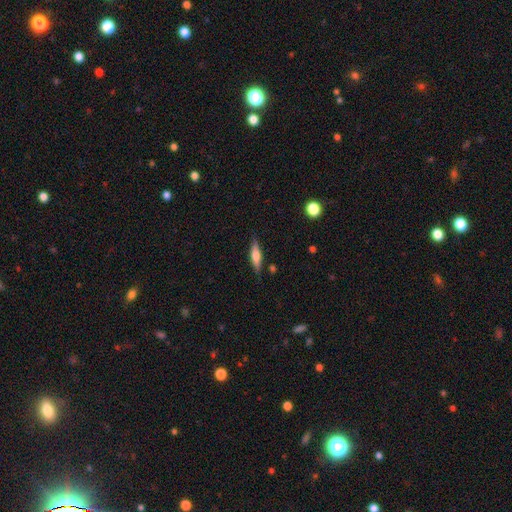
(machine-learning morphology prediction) This appears to be a featured or disk galaxy (47%). Merging: none (84%).